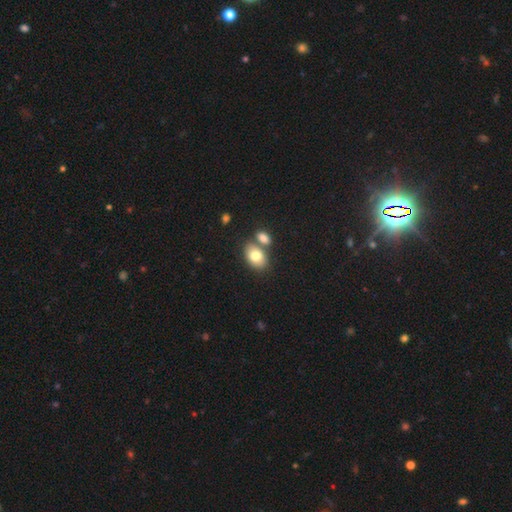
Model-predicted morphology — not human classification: Smooth or featured? Predicted: smooth (p=0.78). How rounded? Predicted: in between (p=0.81). Merging? Predicted: none (p=0.50).